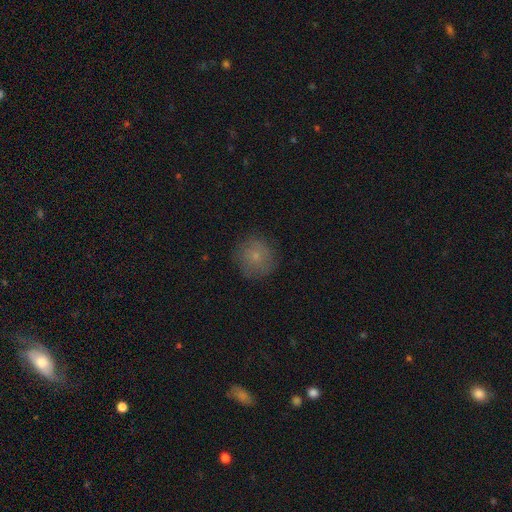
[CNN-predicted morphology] Q: Smooth or featured?
A: smooth (72%); runner-up: featured or disk (17%)
Q: How rounded?
A: round (91%); runner-up: in between (8%)
Q: Merging?
A: none (81%); runner-up: minor disturbance (14%)